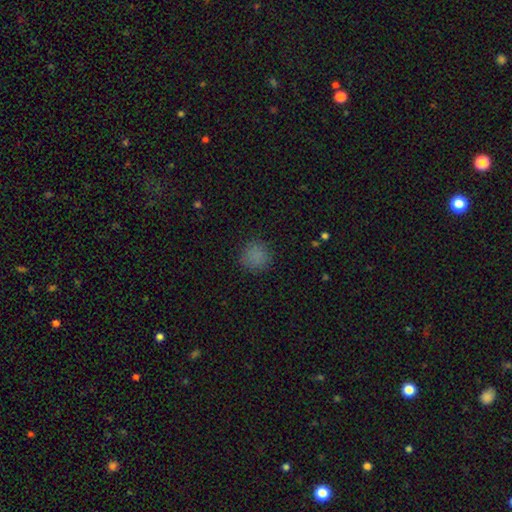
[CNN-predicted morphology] A smooth galaxy with no disk features (81%) that is round (92%).

Vote fractions:
- Smooth or featured? smooth: 81% / star or artifact: 14% / featured or disk: 4%
- How rounded? round: 92% / in between: 7% / cigar-shaped: 1%
- Merging? none: 86% / minor disturbance: 10% / major disturbance: 3% / merger: 1%